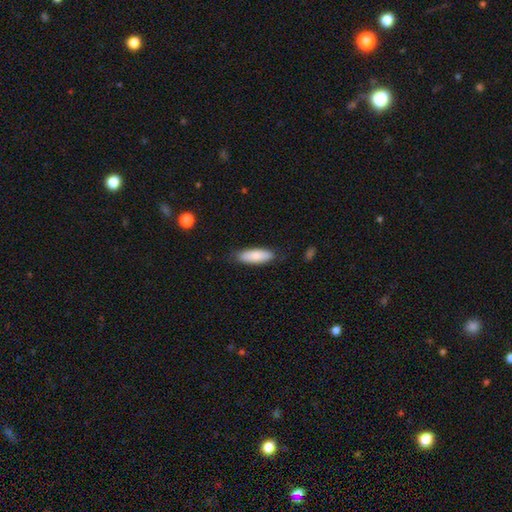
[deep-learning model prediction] A smooth galaxy with no disk features (83%) that is in between round and cigar-shaped (59%).

Vote fractions:
- Smooth or featured? smooth: 83% / featured or disk: 11% / star or artifact: 6%
- How rounded? in between: 59% / cigar-shaped: 39% / round: 2%
- Merging? none: 84% / minor disturbance: 13% / major disturbance: 2% / merger: 1%